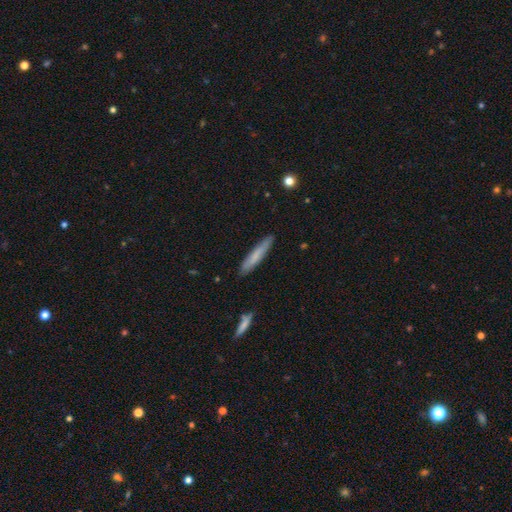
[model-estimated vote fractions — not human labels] This is likely a smooth galaxy (72%). How rounded: clearly cigar-shaped (93%). Merging: clearly none (89%).